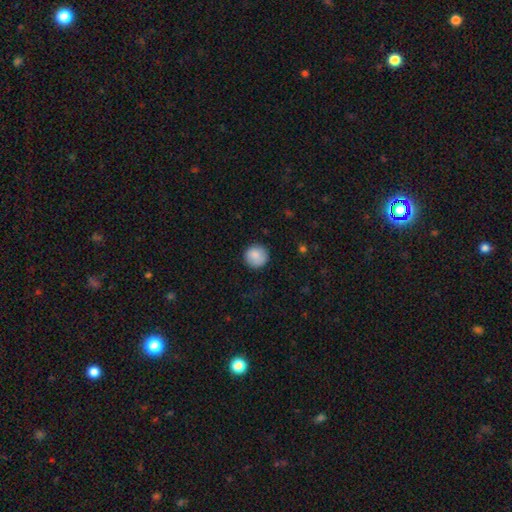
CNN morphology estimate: smooth 86%, star or artifact 7%, featured or disk 6%. Down the decision tree: how rounded — round (94%); merging — none (87%).